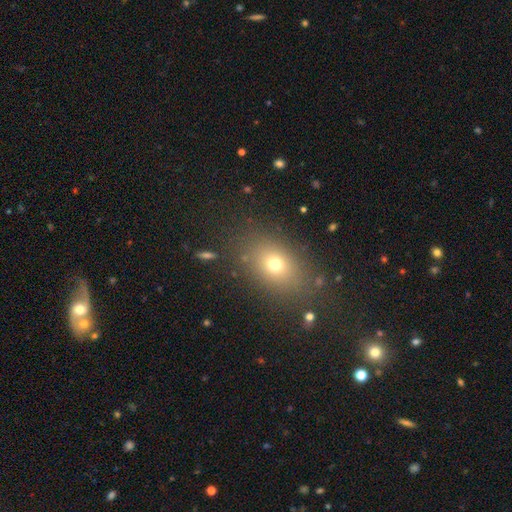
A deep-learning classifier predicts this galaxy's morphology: smooth 65%, star or artifact 23%, featured or disk 12%. Down the decision tree: how rounded — in between (63%); merging — none (83%).